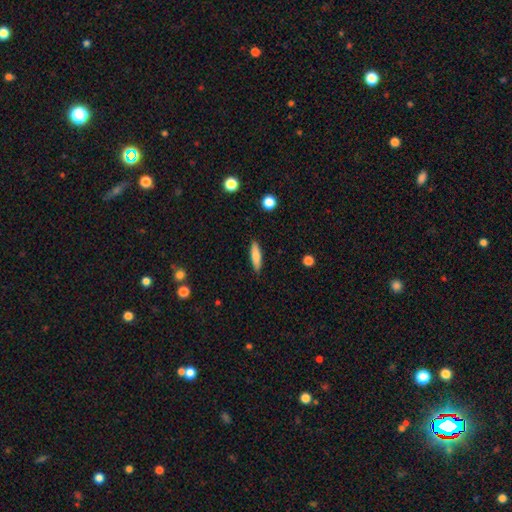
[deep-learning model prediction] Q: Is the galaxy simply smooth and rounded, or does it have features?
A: smooth — 79%.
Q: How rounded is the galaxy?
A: cigar-shaped — 70%.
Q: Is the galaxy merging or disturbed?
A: none — 88%.